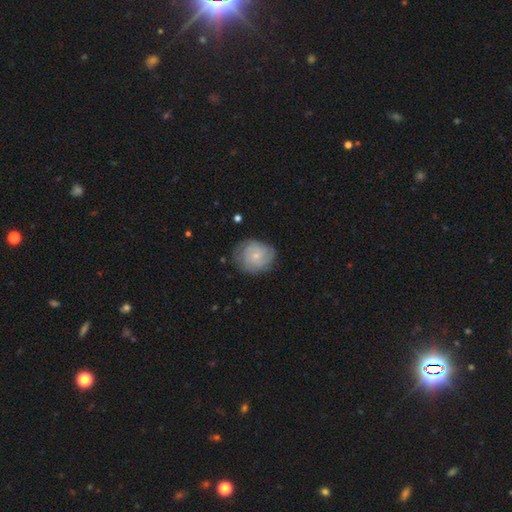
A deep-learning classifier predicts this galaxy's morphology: This appears to be a featured or disk galaxy (63%) with no bar (74%), tight (60%) spiral arms (90%) and a small central bulge (75%). Merging: none (71%).